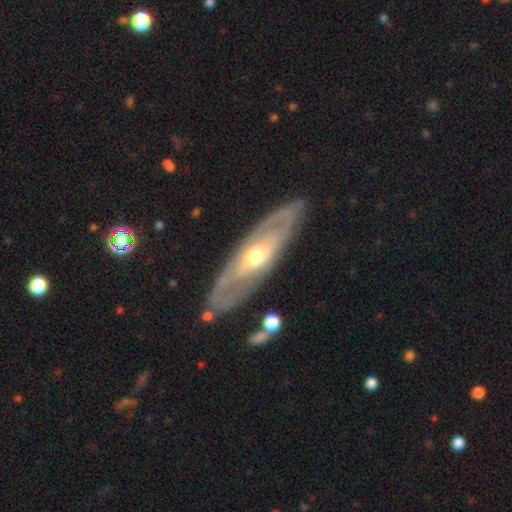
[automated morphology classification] type=featured or disk (76%); edge-on=no (72%); bar=no (71%); spiral arms=no (52%); bulge=moderate (62%); merging=none (82%).